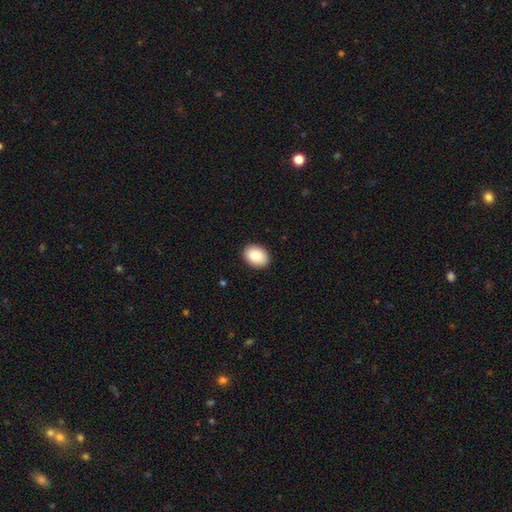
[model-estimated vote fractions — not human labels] smooth 86%, star or artifact 7%, featured or disk 7%. Down the decision tree: how rounded — in between (73%); merging — none (91%).